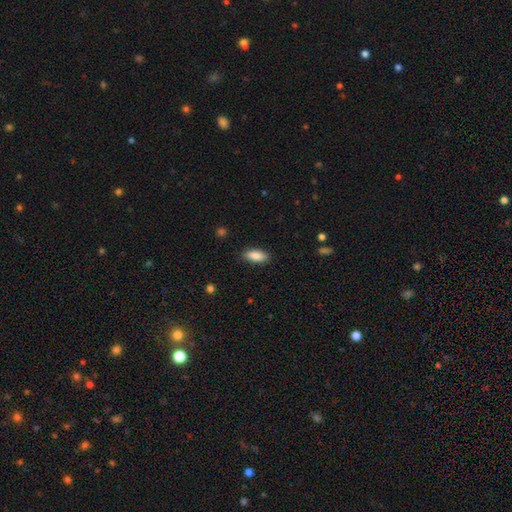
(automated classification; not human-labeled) This is clearly a smooth galaxy (87%). How rounded: likely in between (80%). Merging: clearly none (88%).